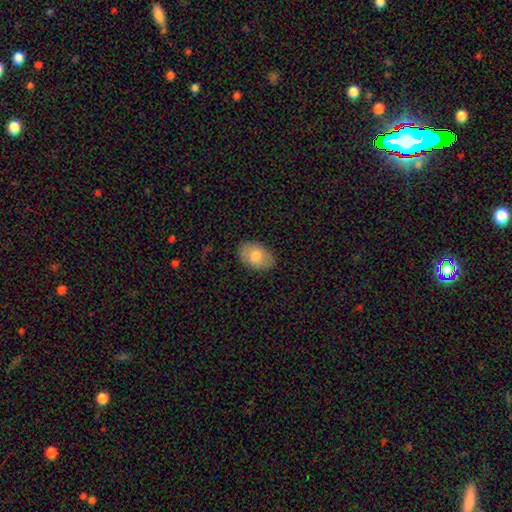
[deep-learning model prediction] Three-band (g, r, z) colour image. It shows a smooth galaxy with no disk features (77%) that is in between round and cigar-shaped (88%). Merging: none (85%).